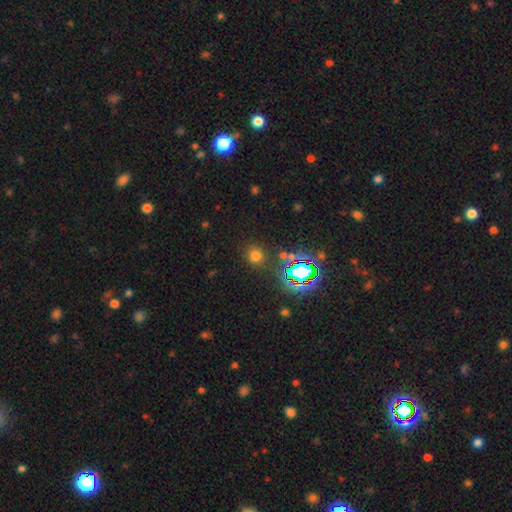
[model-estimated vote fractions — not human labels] A smooth galaxy with no disk features (64%) that is round (87%). Merging: none (84%).